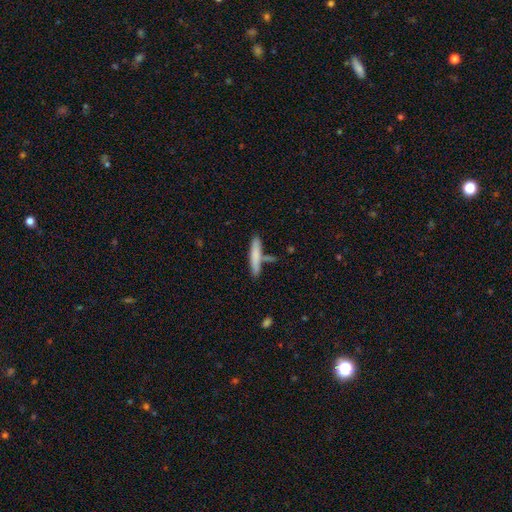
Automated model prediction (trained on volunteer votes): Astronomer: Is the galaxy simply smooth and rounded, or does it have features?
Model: smooth — 76%.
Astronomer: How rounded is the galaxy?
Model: cigar-shaped — 90%.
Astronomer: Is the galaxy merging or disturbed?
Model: none — 70%.